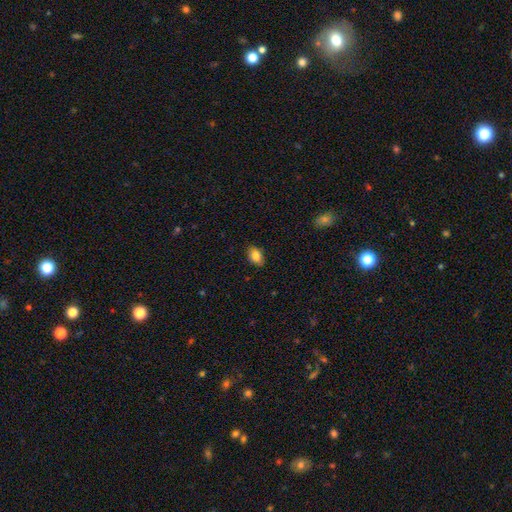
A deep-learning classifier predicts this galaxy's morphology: Smooth or featured? smooth (84%)
How rounded? in between (85%)
Merging? none (85%)